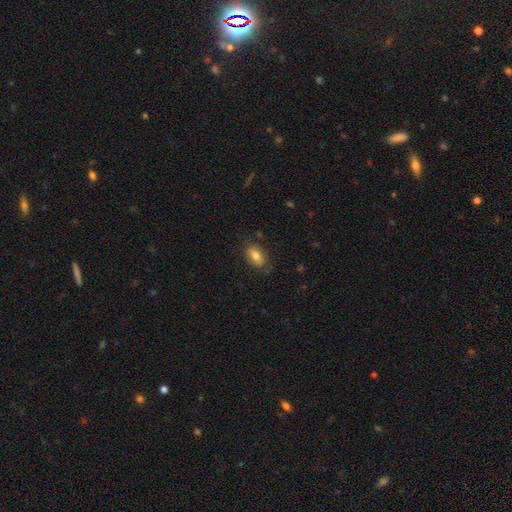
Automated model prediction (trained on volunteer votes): Smooth or featured?
  - smooth: 77% *
  - featured or disk: 15%
  - star or artifact: 8%
How rounded?
  - in between: 90% *
  - round: 6%
  - cigar-shaped: 4%
Merging?
  - none: 76% *
  - minor disturbance: 18%
  - major disturbance: 4%
  - merger: 2%